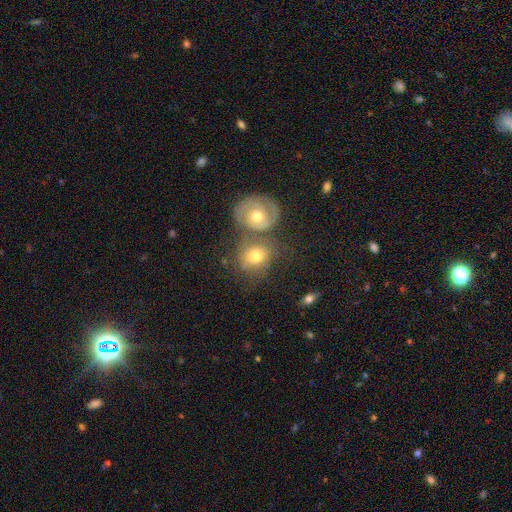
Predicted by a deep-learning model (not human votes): smooth-or-featured: featured or disk: 49% | smooth: 43% | star or artifact: 8%
  merging: merger: 44% | none: 38% | minor disturbance: 12% | major disturbance: 6%